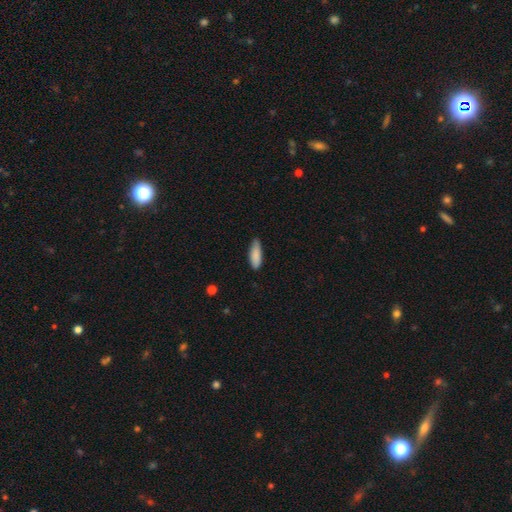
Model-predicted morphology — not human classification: Overall: smooth (87%). How rounded: in between (53%; cigar-shaped 45%). Merging: none (74%).